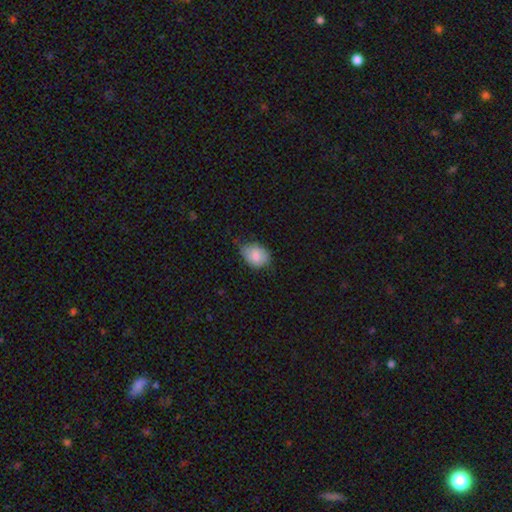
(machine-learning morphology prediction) The model was most divided on "merging": none: 57%, minor disturbance: 35%, major disturbance: 6%, merger: 1%. More confident: smooth or featured — smooth (81%); how rounded — in between (72%).